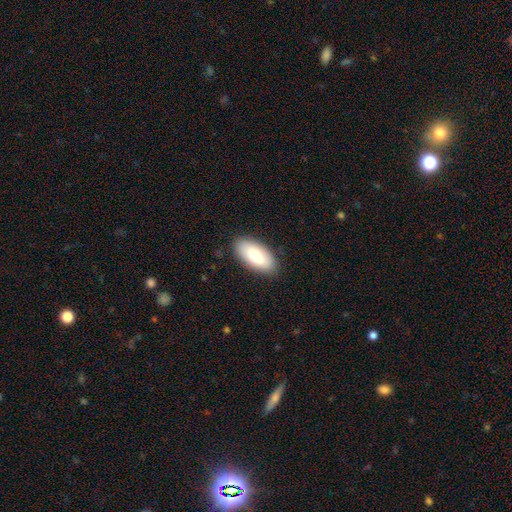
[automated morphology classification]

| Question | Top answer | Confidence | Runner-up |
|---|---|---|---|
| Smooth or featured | smooth | 74% | featured or disk (20%) |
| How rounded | in between | 92% | cigar-shaped (6%) |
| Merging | none | 88% | minor disturbance (9%) |